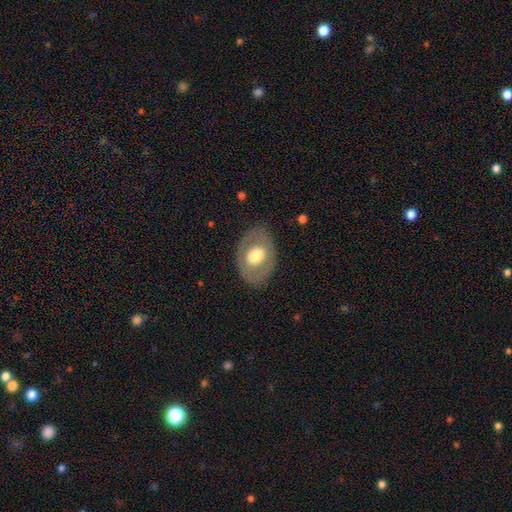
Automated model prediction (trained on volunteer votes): A smooth galaxy with no disk features (52%) that is in between round and cigar-shaped (70%). Merging: none (80%).